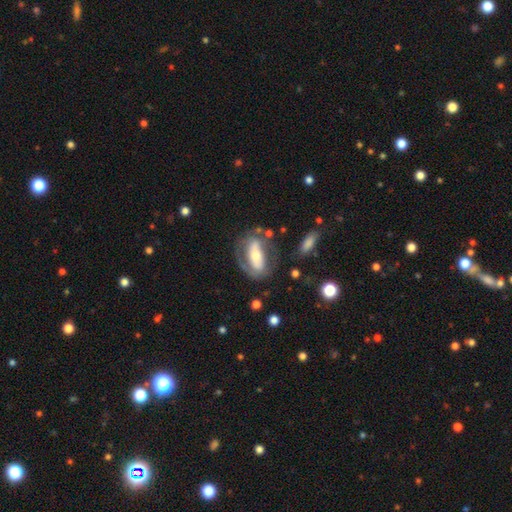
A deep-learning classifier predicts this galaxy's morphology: Smooth or featured? Predicted: featured or disk (p=0.61). Edge-on disk? Predicted: no (p=0.84). Bar? Predicted: strong (p=0.44). Spiral arms? Predicted: no (p=0.54). Bulge size? Predicted: moderate (p=0.52). Merging? Predicted: none (p=0.62).